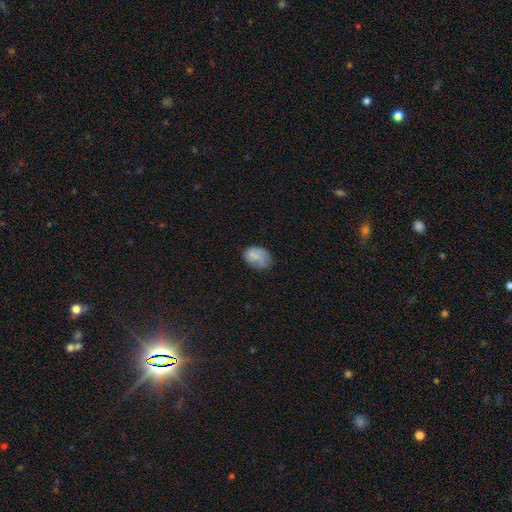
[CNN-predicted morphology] A smooth galaxy with no disk features (65%) that is in between round and cigar-shaped (74%). Merging: none (58%).